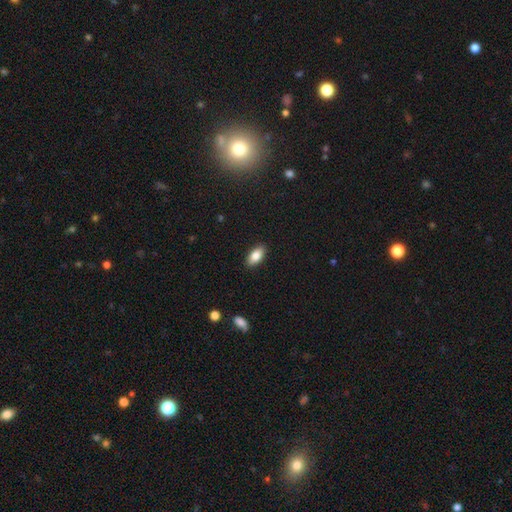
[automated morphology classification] smooth 84%, featured or disk 9%, star or artifact 7%. Down the decision tree: how rounded — in between (91%); merging — none (89%).